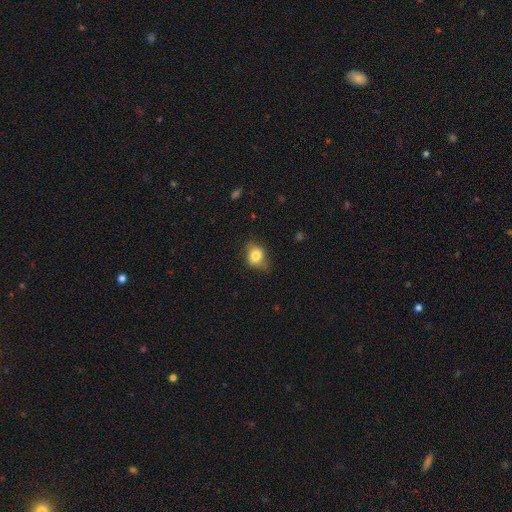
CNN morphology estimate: The model was most divided on "how rounded": in between: 55%, round: 44%, cigar-shaped: 1%. More confident: smooth or featured — smooth (79%); merging — none (65%).